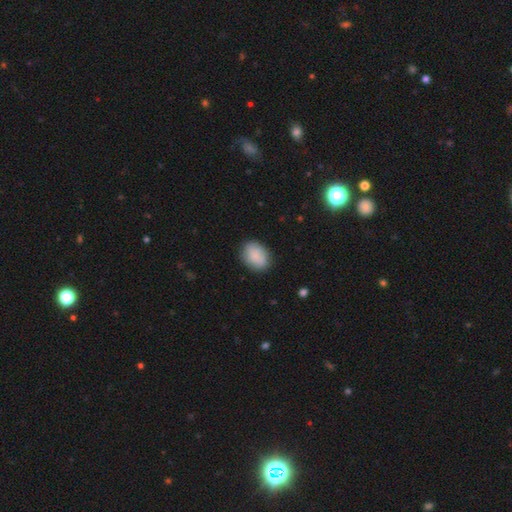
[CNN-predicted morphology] smooth-or-featured: smooth: 85% | featured or disk: 8% | star or artifact: 7%
  how-rounded: in between: 69% | round: 30% | cigar-shaped: 1%
  merging: none: 81% | minor disturbance: 14% | major disturbance: 3% | merger: 2%